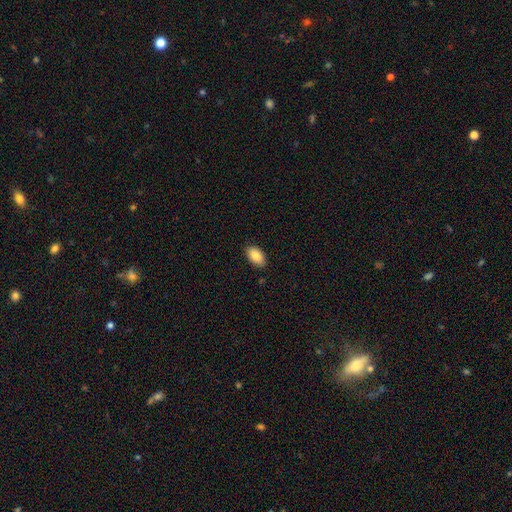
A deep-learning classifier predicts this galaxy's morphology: A smooth galaxy with no disk features (87%) that is in between round and cigar-shaped (94%). Merging: none (88%).